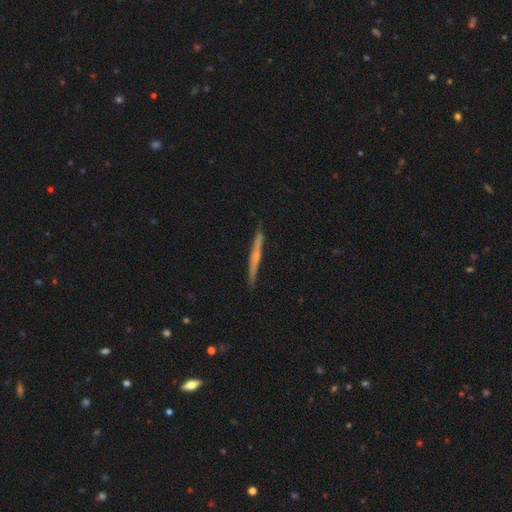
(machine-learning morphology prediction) Smooth or featured? Predicted: featured or disk (p=0.61). Edge-on disk? Predicted: yes (p=0.98). Edge-on bulge? Predicted: none (p=0.49). Merging? Predicted: none (p=0.90).